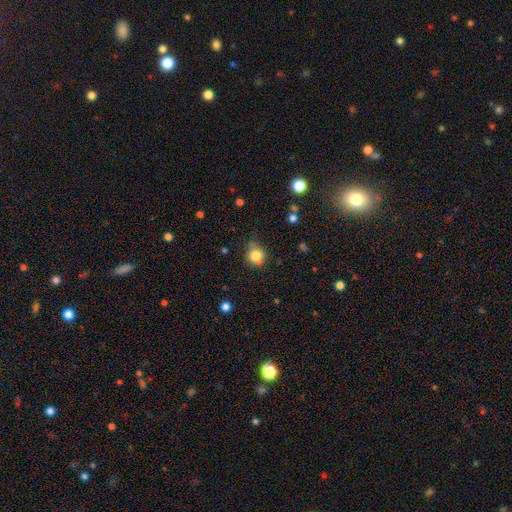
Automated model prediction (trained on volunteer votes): The model was most divided on "merging": none: 70%, minor disturbance: 22%, major disturbance: 5%, merger: 4%. More confident: how rounded — round (86%); smooth or featured — smooth (82%).